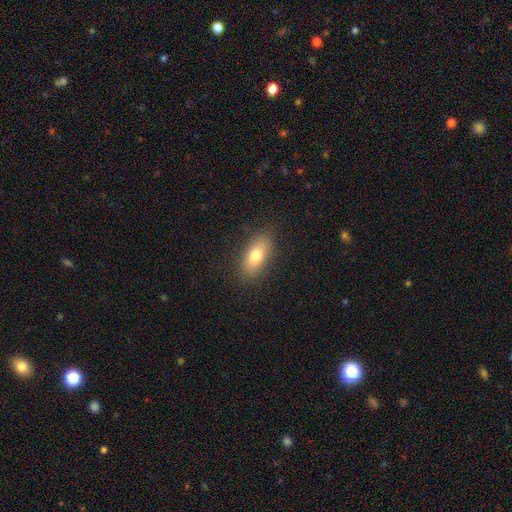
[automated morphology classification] type=smooth (76%); roundness=in between (81%); merging=none (85%).